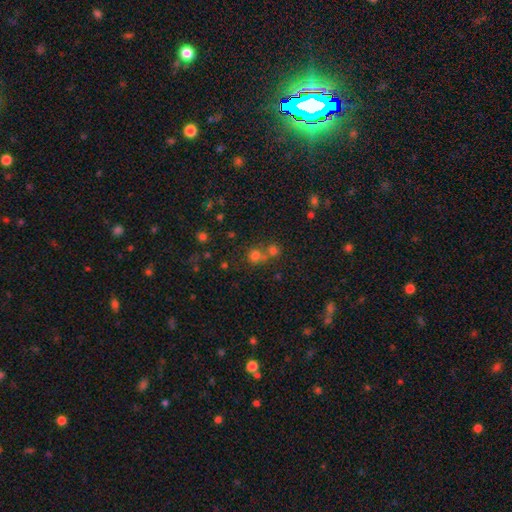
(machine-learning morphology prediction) This is likely a smooth galaxy (69%). How rounded: clearly round (88%). Merging: possibly none (52%).